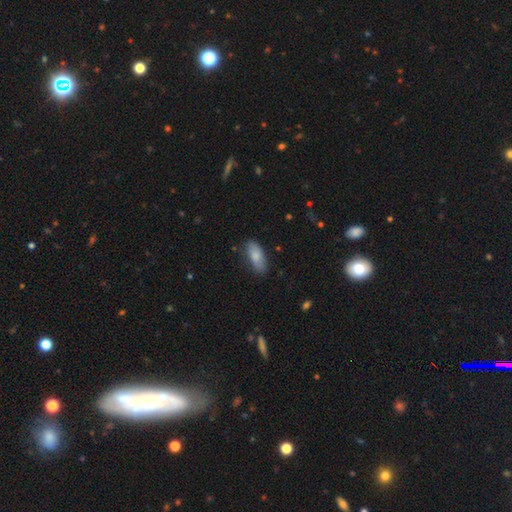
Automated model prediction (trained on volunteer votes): Smooth or featured: smooth — 82% (featured or disk — 12%)
How rounded: in between — 81% (cigar-shaped — 17%)
Merging: none — 77% (minor disturbance — 18%)